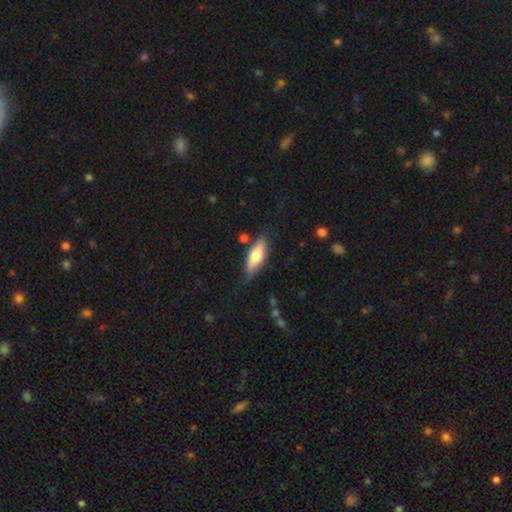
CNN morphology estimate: The model was most divided on "how rounded": in between: 57%, cigar-shaped: 41%, round: 2%. More confident: merging — none (74%); smooth or featured — smooth (71%).